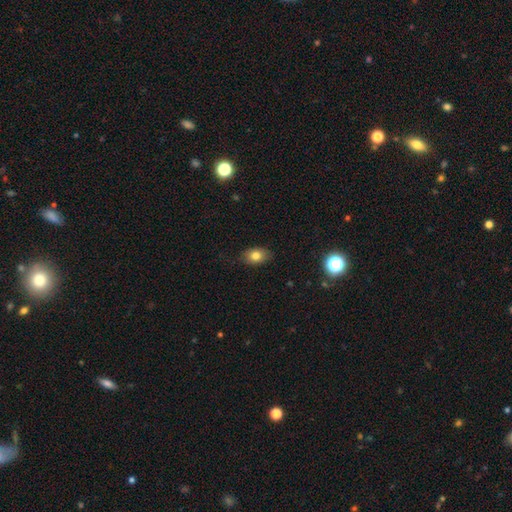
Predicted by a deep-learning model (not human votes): Overall: smooth (80%). How rounded: in between (81%). Merging: none (81%).